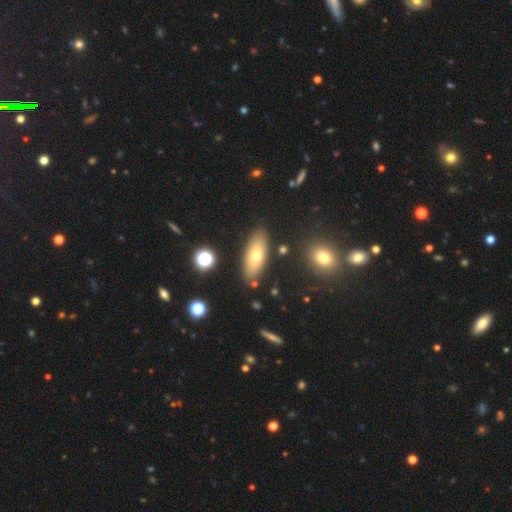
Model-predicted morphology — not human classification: A smooth galaxy with no disk features (64%) that is in between round and cigar-shaped (71%). Merging: none (85%).